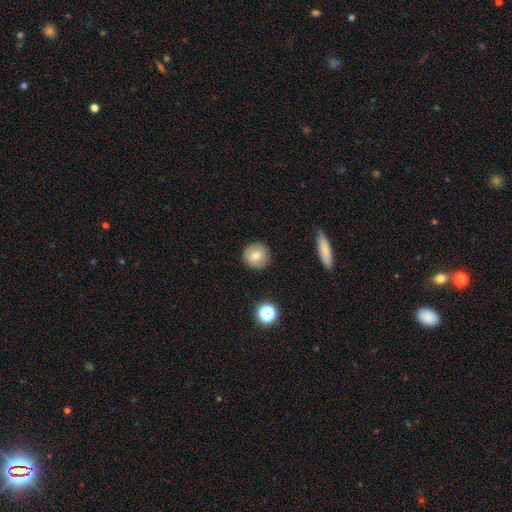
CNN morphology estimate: Smooth or featured?
  - smooth: 74% *
  - featured or disk: 15%
  - star or artifact: 10%
How rounded?
  - round: 94% *
  - in between: 5%
  - cigar-shaped: 1%
Merging?
  - none: 89% *
  - minor disturbance: 7%
  - major disturbance: 2%
  - merger: 1%